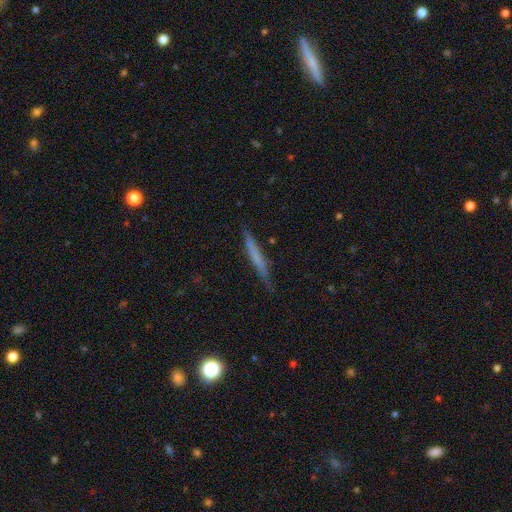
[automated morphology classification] Smooth or featured: smooth — 55% (featured or disk — 38%)
How rounded: cigar-shaped — 96% (in between — 3%)
Merging: none — 82% (minor disturbance — 14%)